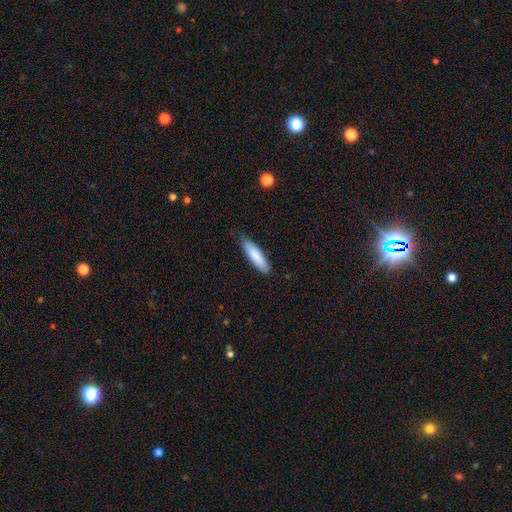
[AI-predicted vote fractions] smooth-or-featured: smooth: 85% | featured or disk: 10% | star or artifact: 5%
  how-rounded: cigar-shaped: 68% | in between: 30% | round: 1%
  merging: none: 84% | minor disturbance: 13% | major disturbance: 2% | merger: 1%